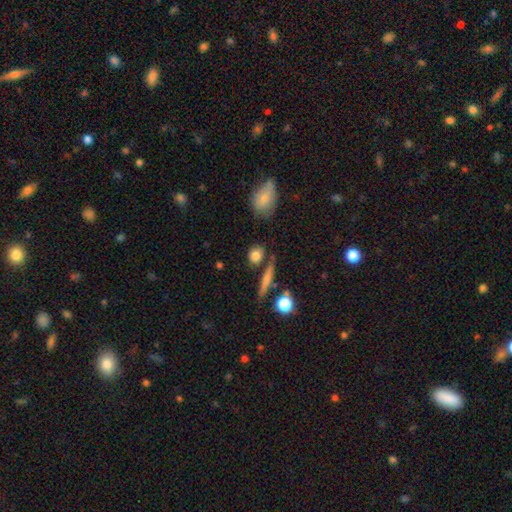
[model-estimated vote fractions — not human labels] A smooth galaxy with no disk features (81%) that is round (65%).

Vote fractions:
- Smooth or featured? smooth: 81% / featured or disk: 10% / star or artifact: 9%
- How rounded? round: 65% / in between: 27% / cigar-shaped: 8%
- Merging? none: 75% / minor disturbance: 12% / merger: 9% / major disturbance: 4%